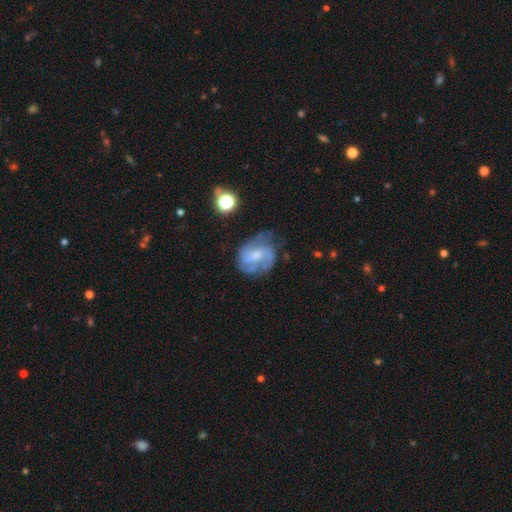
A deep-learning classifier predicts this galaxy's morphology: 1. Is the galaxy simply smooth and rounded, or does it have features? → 67% featured or disk, 24% smooth, 9% star or artifact.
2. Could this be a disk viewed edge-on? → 97% no, 3% yes.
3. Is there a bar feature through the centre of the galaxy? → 54% no, 38% weak, 8% strong.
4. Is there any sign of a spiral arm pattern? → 81% yes, 19% no.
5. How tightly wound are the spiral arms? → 44% medium, 35% tight, 21% loose.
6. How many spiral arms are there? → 42% 2, 32% can't tell, 15% 3, 5% 1, 4% 4, 3% more than 4.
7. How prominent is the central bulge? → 46% moderate, 38% small, 9% none, 5% large, 1% dominant.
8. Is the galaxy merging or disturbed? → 51% none, 28% minor disturbance, 18% major disturbance, 3% merger.